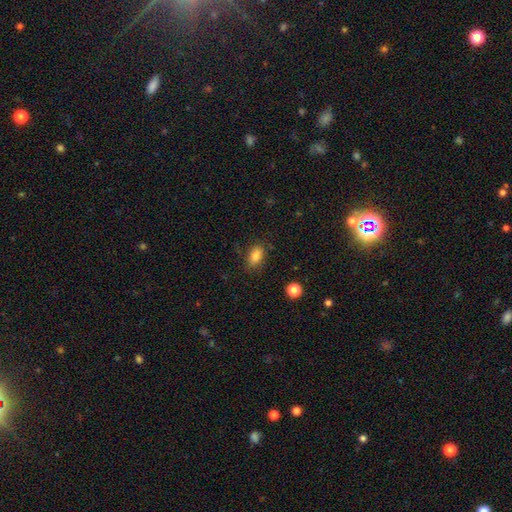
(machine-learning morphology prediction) This appears to be a smooth galaxy with no disk features (84%) that is in between round and cigar-shaped (88%). Merging: none (81%).